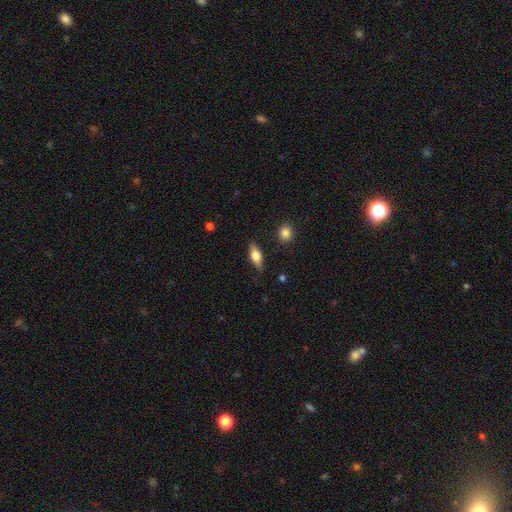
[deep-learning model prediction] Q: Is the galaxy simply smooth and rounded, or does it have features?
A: smooth — 62%.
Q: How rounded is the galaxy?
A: in between — 73%.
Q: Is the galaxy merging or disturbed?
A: none — 83%.